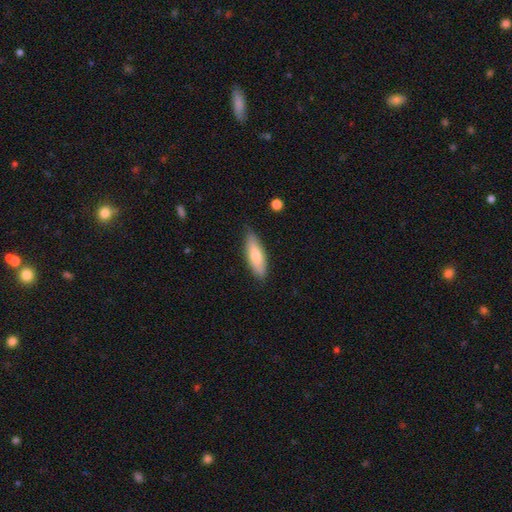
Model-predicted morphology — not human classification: smooth_or_featured: smooth (p=0.75) [alt: featured or disk p=0.20]
how_rounded: in between (p=0.51) [alt: cigar-shaped p=0.47]
merging: none (p=0.82) [alt: minor disturbance p=0.14]